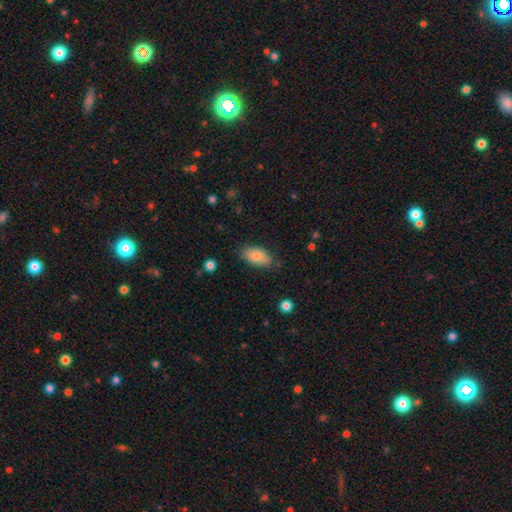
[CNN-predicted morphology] This is clearly a smooth galaxy (84%). How rounded: clearly in between (93%). Merging: likely none (76%).